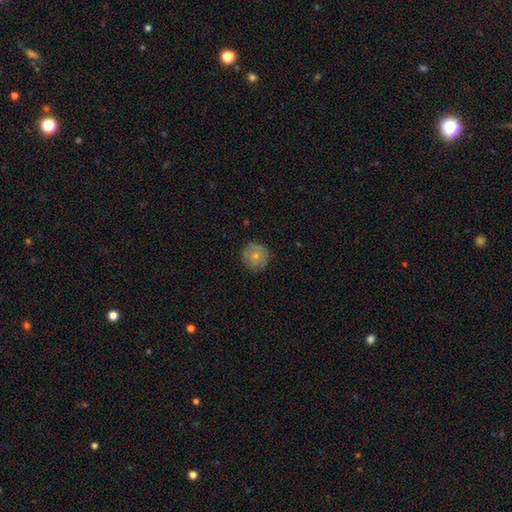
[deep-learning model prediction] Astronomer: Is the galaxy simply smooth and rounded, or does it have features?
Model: smooth — 69%.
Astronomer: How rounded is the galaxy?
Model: round — 93%.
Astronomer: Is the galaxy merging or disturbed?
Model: none — 81%.